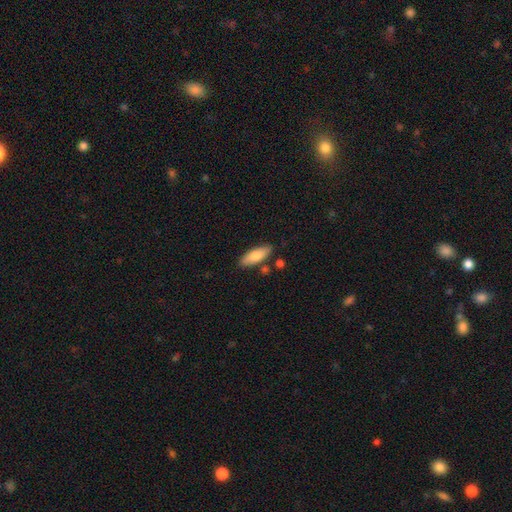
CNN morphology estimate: Smooth or featured? smooth (79%)
How rounded? in between (68%)
Merging? none (81%)